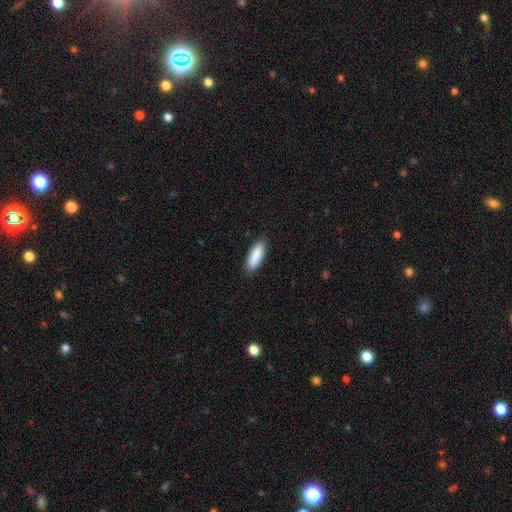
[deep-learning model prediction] This appears to be a smooth galaxy with no disk features (88%) that is in between round and cigar-shaped (55%). Merging: none (86%).